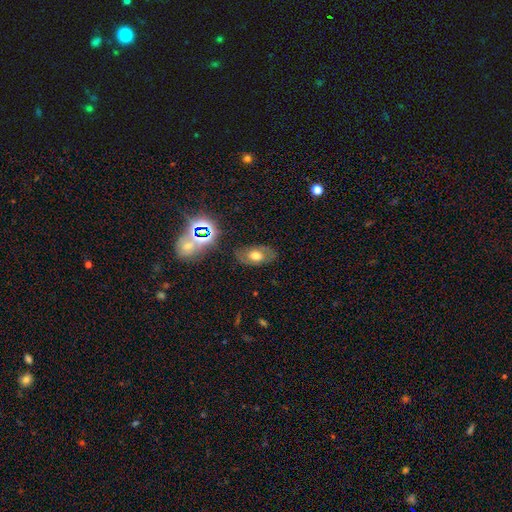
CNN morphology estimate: Smooth or featured?
  - smooth: 49% *
  - featured or disk: 36%
  - star or artifact: 15%
Merging?
  - none: 79% *
  - minor disturbance: 14%
  - major disturbance: 5%
  - merger: 2%